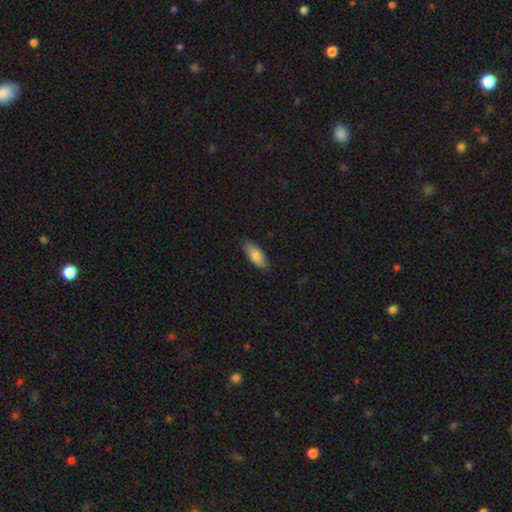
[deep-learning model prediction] smooth-or-featured: smooth: 82% | featured or disk: 12% | star or artifact: 6%
  how-rounded: in between: 81% | cigar-shaped: 17% | round: 2%
  merging: none: 84% | minor disturbance: 13% | major disturbance: 2% | merger: 1%